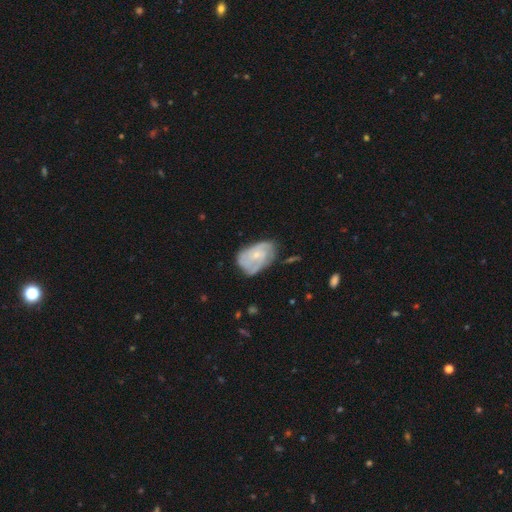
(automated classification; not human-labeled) Smooth or featured? Predicted: featured or disk (p=0.73). Edge-on disk? Predicted: no (p=0.97). Bar? Predicted: no (p=0.71). Spiral arms? Predicted: yes (p=0.89). Spiral winding? Predicted: tight (p=0.54). Spiral arm count? Predicted: can't tell (p=0.31). Bulge size? Predicted: small (p=0.69). Merging? Predicted: none (p=0.59).